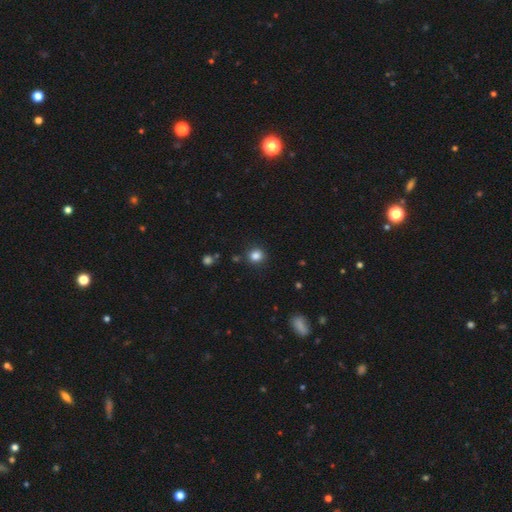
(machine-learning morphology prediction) A smooth galaxy with no disk features (84%) that is round (81%).

Vote fractions:
- Smooth or featured? smooth: 84% / star or artifact: 12% / featured or disk: 4%
- How rounded? round: 81% / in between: 18% / cigar-shaped: 1%
- Merging? none: 86% / minor disturbance: 9% / major disturbance: 3% / merger: 2%